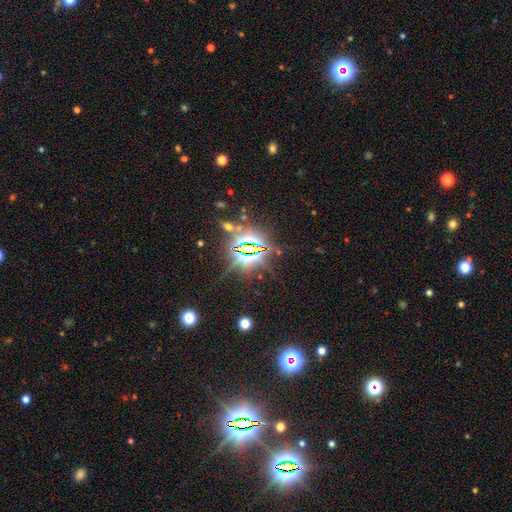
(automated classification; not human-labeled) Morphology: type=star or artifact (84%).